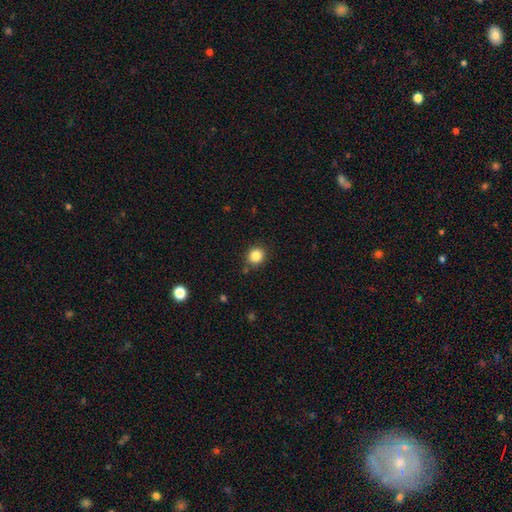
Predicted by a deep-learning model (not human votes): Smooth or featured: smooth — 85% (star or artifact — 11%)
How rounded: round — 81% (in between — 18%)
Merging: none — 85% (minor disturbance — 9%)